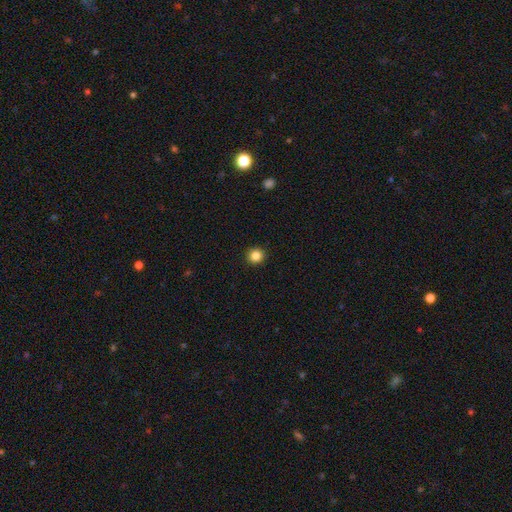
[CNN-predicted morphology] A smooth galaxy with no disk features (84%) that is round (93%). Merging: none (93%).